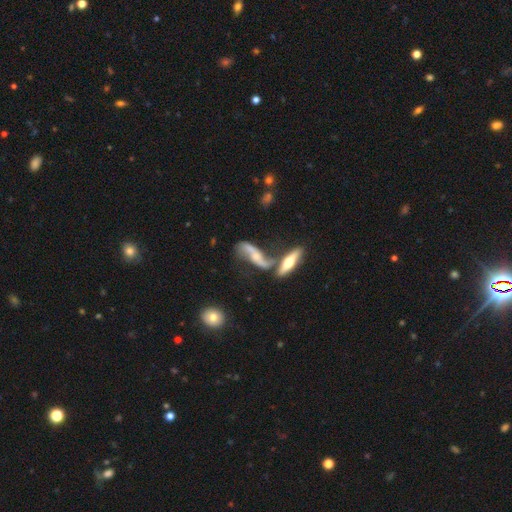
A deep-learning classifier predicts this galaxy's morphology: This is likely a featured or disk galaxy (79%). It is likely not viewed edge-on (73%). Bar: possibly no (53%). Spiral arm pattern: clearly yes (90%). Spiral arm count: clearly 2 (92%). Spiral winding: clearly loose (87%). Central bulge: possibly small (46%). Merging: marginally none (42%).